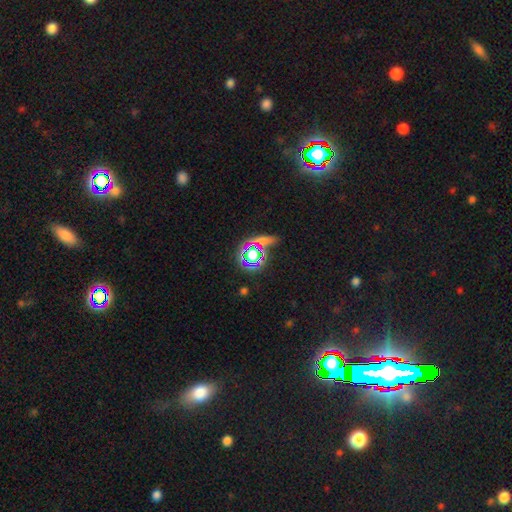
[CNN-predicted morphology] Overall: star or artifact (48%; smooth 38%).